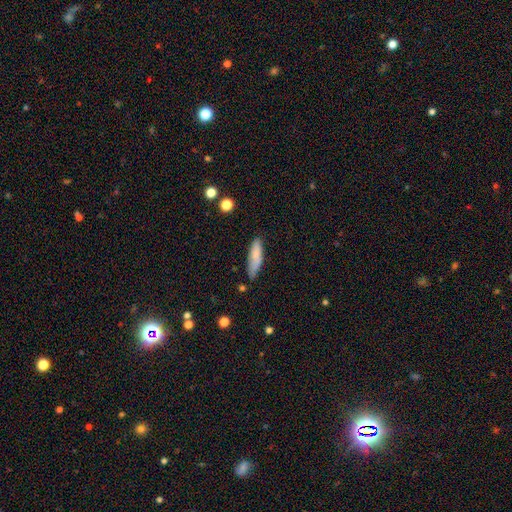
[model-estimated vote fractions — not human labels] Overall: smooth (78%). How rounded: cigar-shaped (64%; in between 34%). Merging: none (70%).